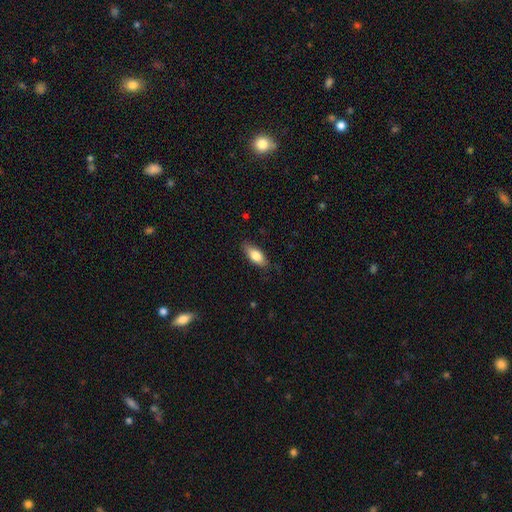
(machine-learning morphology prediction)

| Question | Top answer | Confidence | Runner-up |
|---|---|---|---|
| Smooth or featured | smooth | 78% | featured or disk (16%) |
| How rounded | in between | 81% | cigar-shaped (16%) |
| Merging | none | 79% | minor disturbance (16%) |